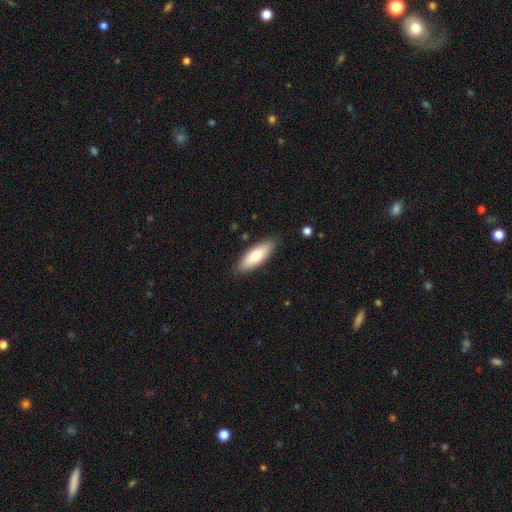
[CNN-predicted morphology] smooth_or_featured: smooth (p=0.74) [alt: featured or disk p=0.20]
how_rounded: in between (p=0.62) [alt: cigar-shaped p=0.36]
merging: none (p=0.86) [alt: minor disturbance p=0.11]